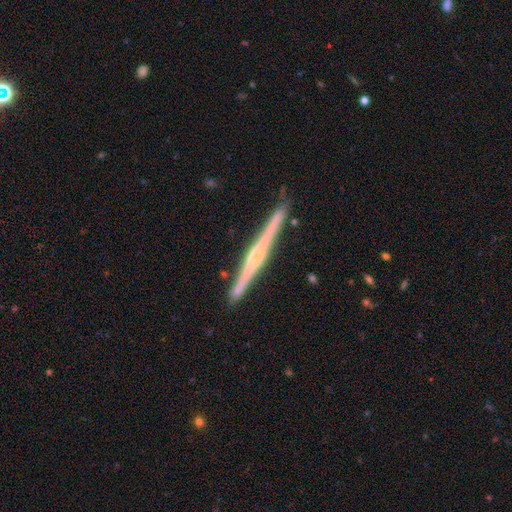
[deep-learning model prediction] Smooth or featured? Predicted: featured or disk (p=0.78). Edge-on disk? Predicted: yes (p=0.98). Edge-on bulge? Predicted: rounded (p=0.52). Merging? Predicted: none (p=0.89).